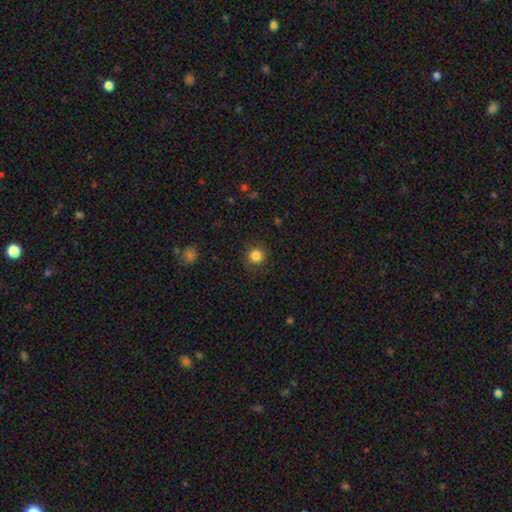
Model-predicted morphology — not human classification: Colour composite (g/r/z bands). It shows a smooth galaxy with no disk features (84%) that is round (93%). Merging: none (88%).